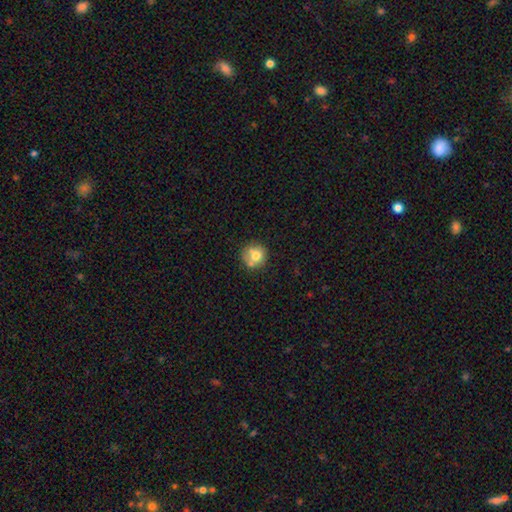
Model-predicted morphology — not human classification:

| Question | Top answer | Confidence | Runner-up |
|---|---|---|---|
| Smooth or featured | smooth | 68% | featured or disk (22%) |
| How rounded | round | 87% | in between (12%) |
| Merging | none | 59% | merger (18%) |